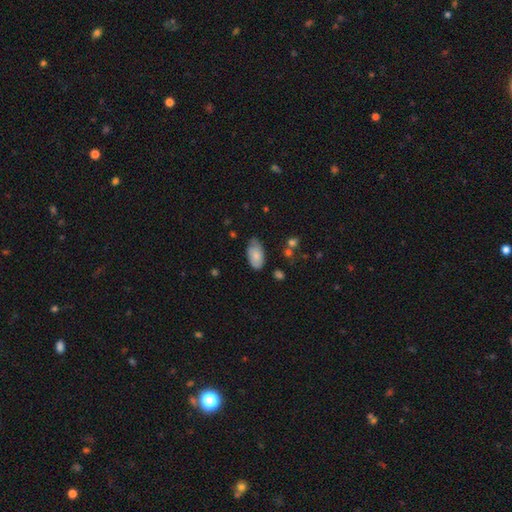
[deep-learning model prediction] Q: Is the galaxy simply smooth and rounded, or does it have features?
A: smooth — 77%.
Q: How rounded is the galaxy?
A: in between — 94%.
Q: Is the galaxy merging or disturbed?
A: none — 66%.